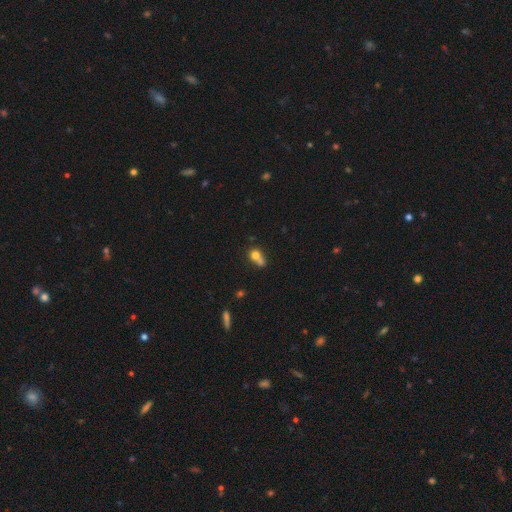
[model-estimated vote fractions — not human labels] The model was most divided on "how rounded": round: 51%, in between: 44%, cigar-shaped: 4%. Remaining: smooth or featured — smooth (71%); merging — merger (42%).